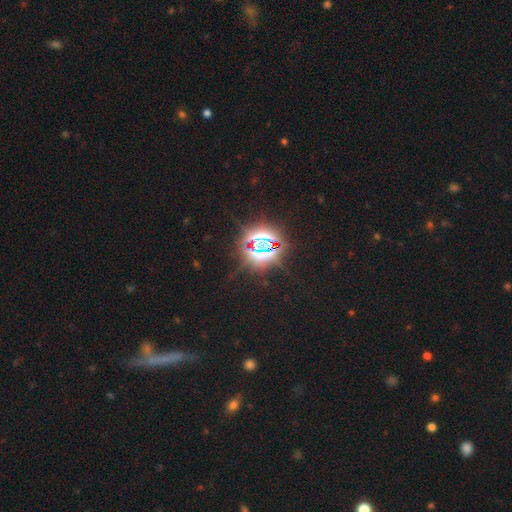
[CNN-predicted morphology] Smooth or featured? Predicted: star or artifact (p=0.80).